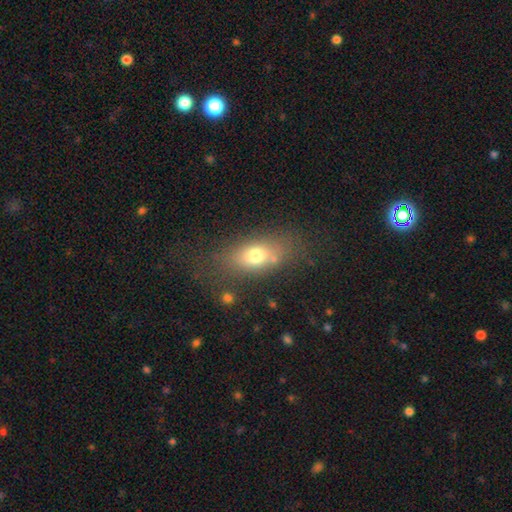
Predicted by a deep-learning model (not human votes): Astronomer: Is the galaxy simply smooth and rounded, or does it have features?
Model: smooth — 71%.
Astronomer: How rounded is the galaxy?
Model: in between — 76%.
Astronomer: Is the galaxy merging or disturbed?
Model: none — 70%.